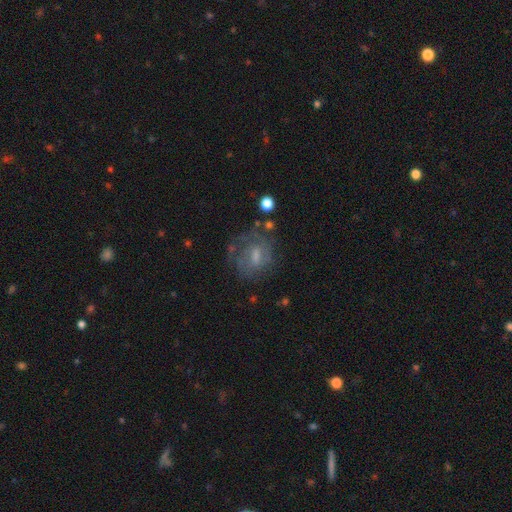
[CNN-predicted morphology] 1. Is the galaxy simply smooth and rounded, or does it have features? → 54% featured or disk, 35% smooth, 12% star or artifact.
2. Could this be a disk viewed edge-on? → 96% no, 4% yes.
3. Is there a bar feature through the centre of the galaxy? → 50% weak, 37% no, 13% strong.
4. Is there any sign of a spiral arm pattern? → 57% yes, 43% no.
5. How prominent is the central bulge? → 41% moderate, 34% small, 19% none, 5% large, 1% dominant.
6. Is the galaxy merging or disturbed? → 55% none, 22% minor disturbance, 19% major disturbance, 4% merger.